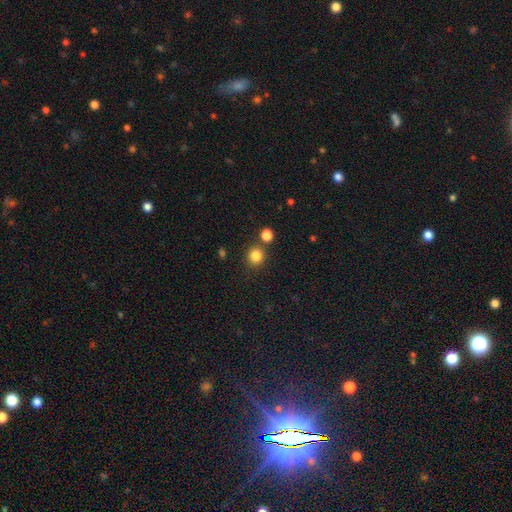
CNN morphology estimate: The model was most divided on "merging": none: 79%, merger: 10%, minor disturbance: 8%, major disturbance: 3%. More confident: how rounded — round (88%); smooth or featured — smooth (84%).